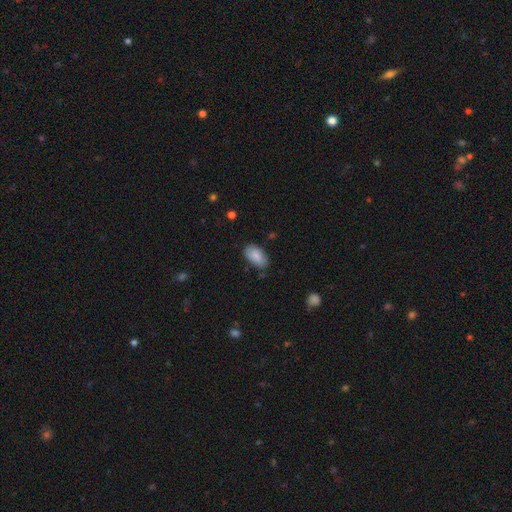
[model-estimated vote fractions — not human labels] A smooth galaxy with no disk features (85%) that is in between round and cigar-shaped (94%). Merging: none (74%).